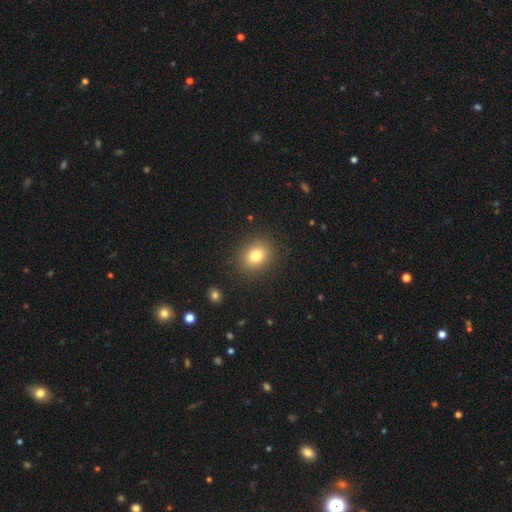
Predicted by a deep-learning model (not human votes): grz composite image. It shows a smooth galaxy with no disk features (80%) that is round (66%). Merging: none (88%).